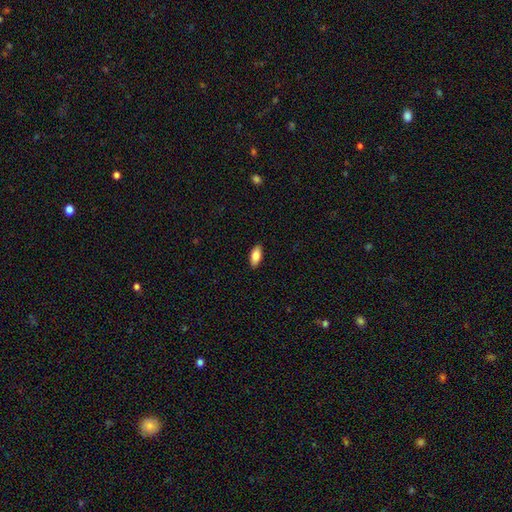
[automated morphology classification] smooth 84%, featured or disk 10%, star or artifact 6%. Down the decision tree: how rounded — in between (87%); merging — none (89%).